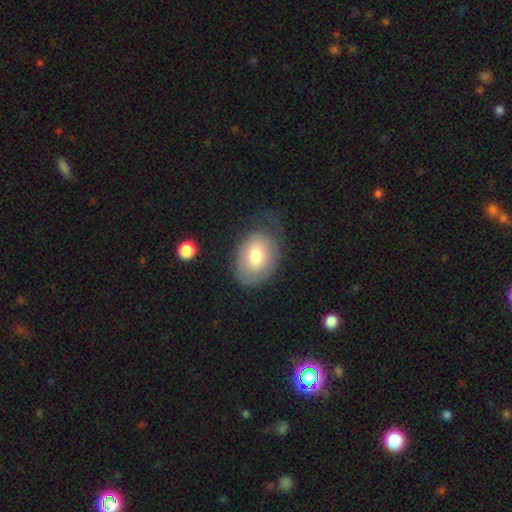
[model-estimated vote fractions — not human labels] The model was most divided on "merging": none: 51%, minor disturbance: 28%, major disturbance: 19%, merger: 2%. More confident: how rounded — in between (73%); smooth or featured — smooth (70%).